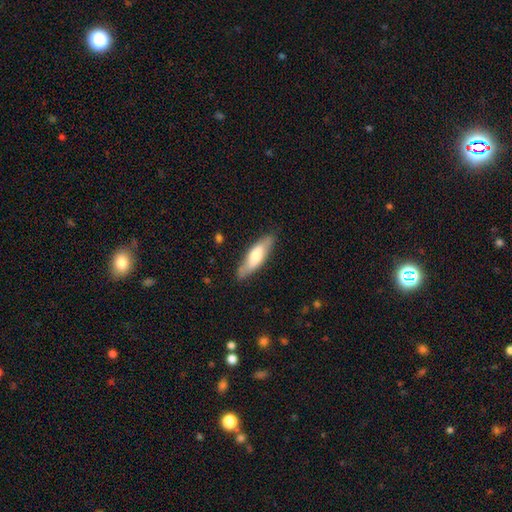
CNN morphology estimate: smooth-or-featured: smooth: 64% | featured or disk: 31% | star or artifact: 5%
  how-rounded: cigar-shaped: 54% | in between: 44% | round: 2%
  merging: none: 81% | minor disturbance: 14% | major disturbance: 3% | merger: 1%